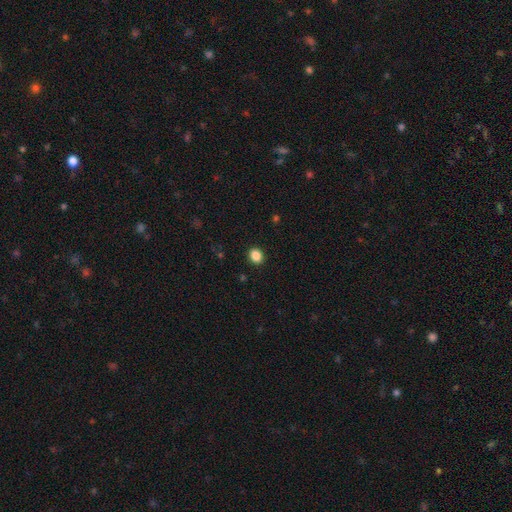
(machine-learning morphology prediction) Smooth or featured? Predicted: smooth (p=0.87). How rounded? Predicted: round (p=0.64). Merging? Predicted: none (p=0.91).